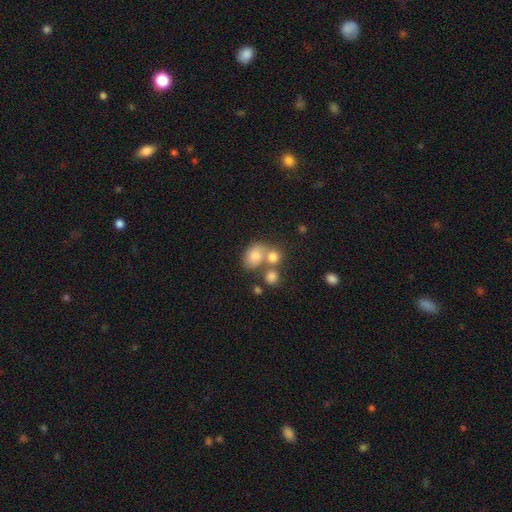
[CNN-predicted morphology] type=smooth (73%); roundness=round (52%); merging=merger (43%).